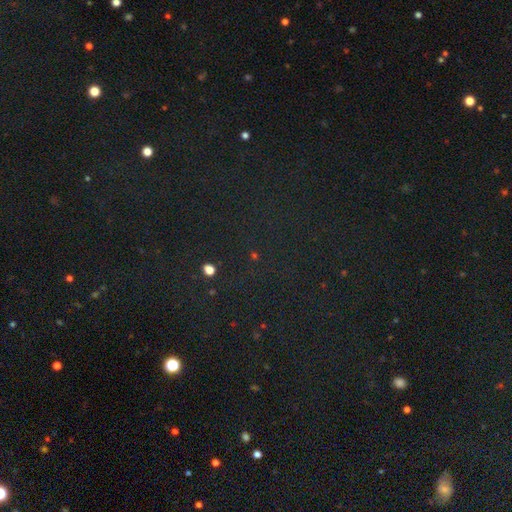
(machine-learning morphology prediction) This appears to be a star or artifact, not a galaxy (78%).